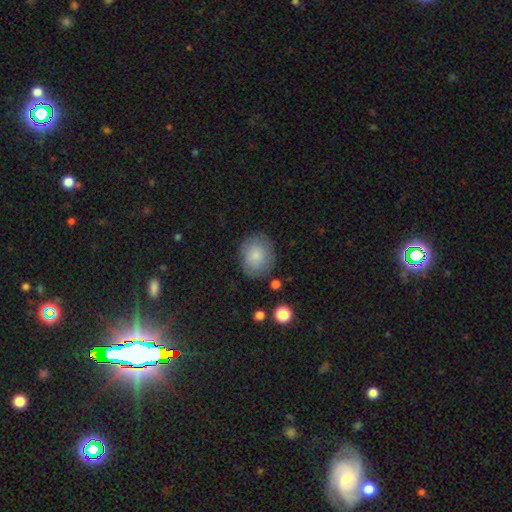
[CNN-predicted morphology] A smooth galaxy with no disk features (82%) that is round (61%).

Vote fractions:
- Smooth or featured? smooth: 82% / featured or disk: 11% / star or artifact: 7%
- How rounded? round: 61% / in between: 38% / cigar-shaped: 1%
- Merging? none: 78% / minor disturbance: 15% / major disturbance: 4% / merger: 2%